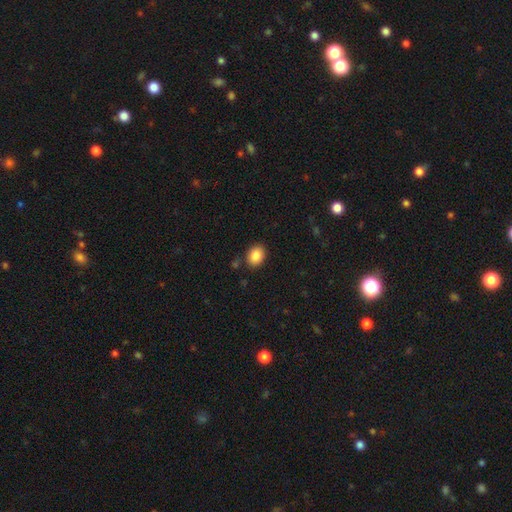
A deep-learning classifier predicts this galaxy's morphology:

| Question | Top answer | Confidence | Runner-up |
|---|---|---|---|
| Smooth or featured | smooth | 87% | star or artifact (8%) |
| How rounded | in between | 60% | round (39%) |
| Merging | none | 85% | minor disturbance (10%) |